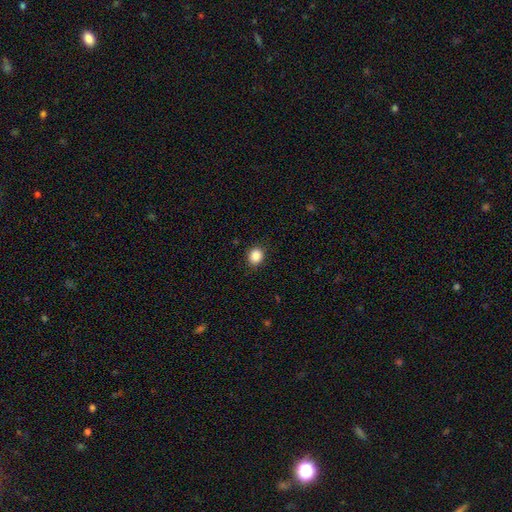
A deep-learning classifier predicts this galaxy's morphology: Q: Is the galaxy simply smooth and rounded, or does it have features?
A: smooth — 87%.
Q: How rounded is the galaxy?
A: round — 75%.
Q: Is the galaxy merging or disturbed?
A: none — 90%.